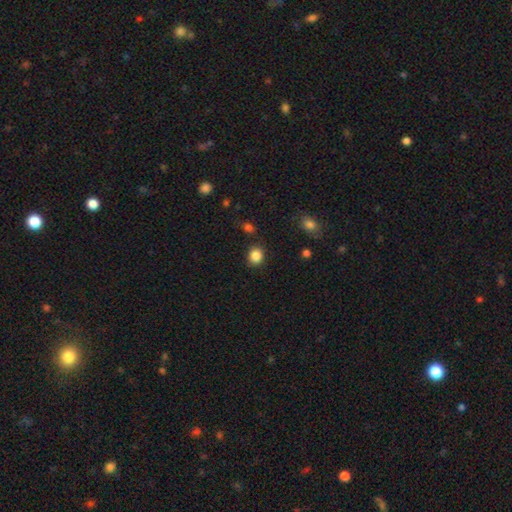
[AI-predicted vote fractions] This appears to be a smooth galaxy with no disk features (86%) that is round (73%). Merging: none (84%).